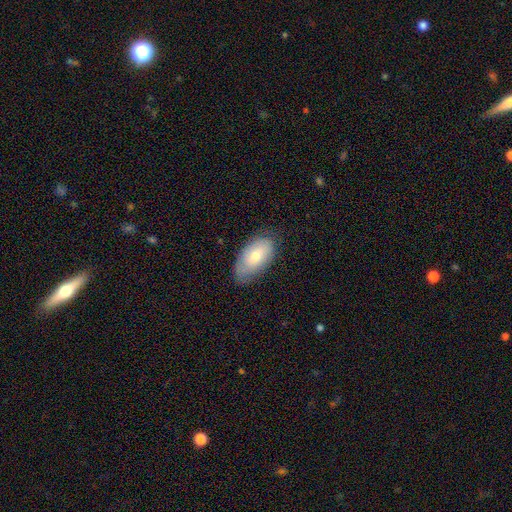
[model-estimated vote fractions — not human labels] This is likely a smooth galaxy (71%). How rounded: clearly in between (94%). Merging: likely none (71%).